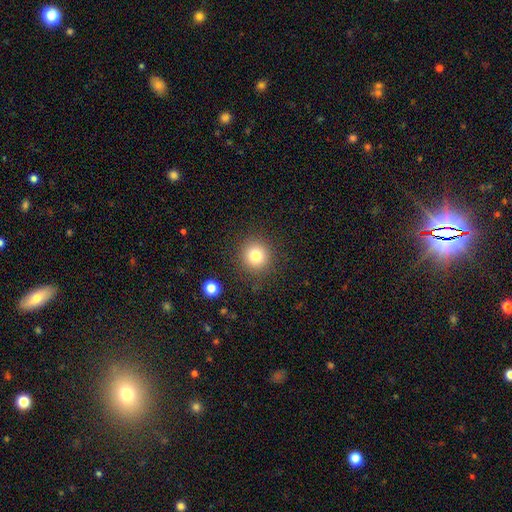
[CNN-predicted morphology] Overall: smooth (79%). How rounded: round (93%). Merging: none (87%).